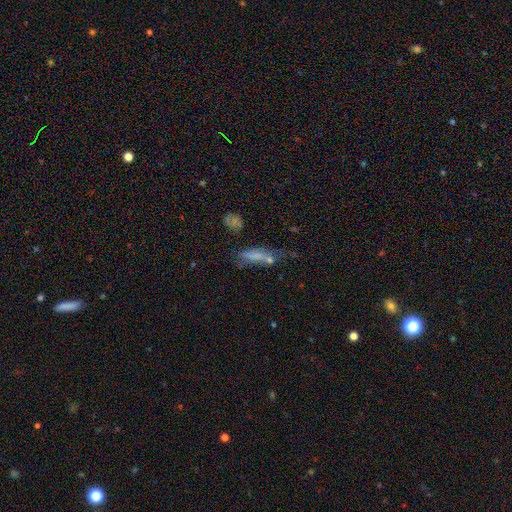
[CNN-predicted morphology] smooth 63%, featured or disk 24%, star or artifact 13%. Down the decision tree: how rounded — cigar-shaped (62%); merging — none (42%).